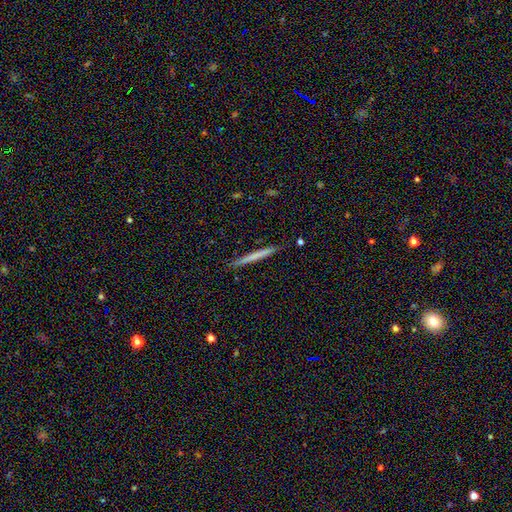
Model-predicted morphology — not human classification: smooth 62%, featured or disk 32%, star or artifact 6%. Down the decision tree: how rounded — cigar-shaped (97%); merging — none (91%).